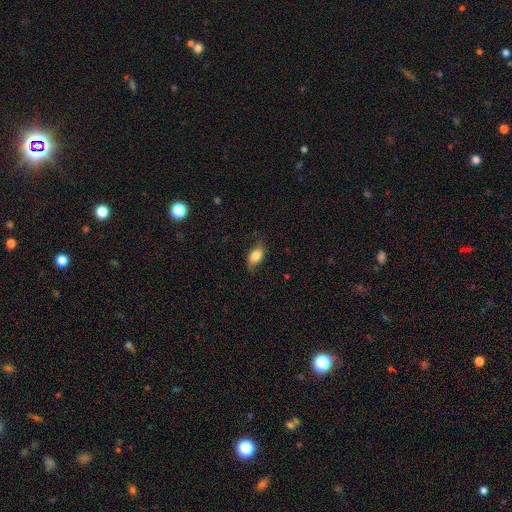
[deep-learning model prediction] The model was most divided on "merging": none: 69%, minor disturbance: 24%, major disturbance: 7%, merger: 1%. More confident: how rounded — in between (87%); smooth or featured — smooth (80%).